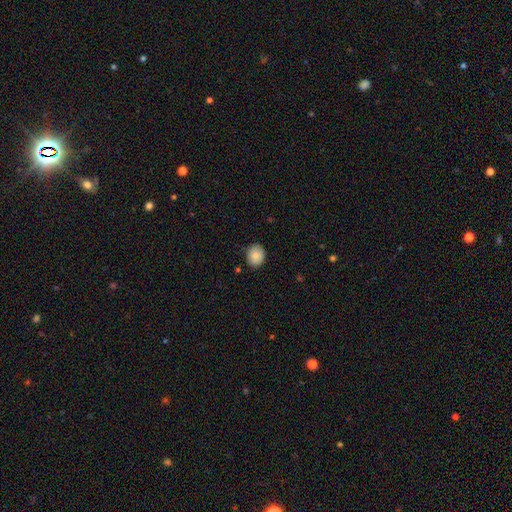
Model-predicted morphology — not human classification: type=smooth (87%); roundness=round (65%); merging=none (84%).